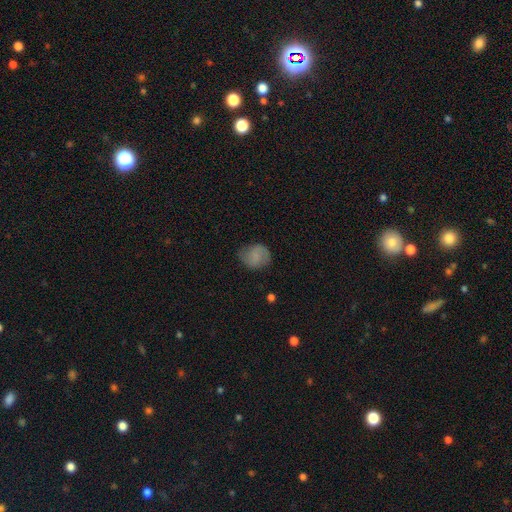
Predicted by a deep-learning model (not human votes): Smooth or featured? Predicted: smooth (p=0.62). How rounded? Predicted: round (p=0.66). Merging? Predicted: none (p=0.70).